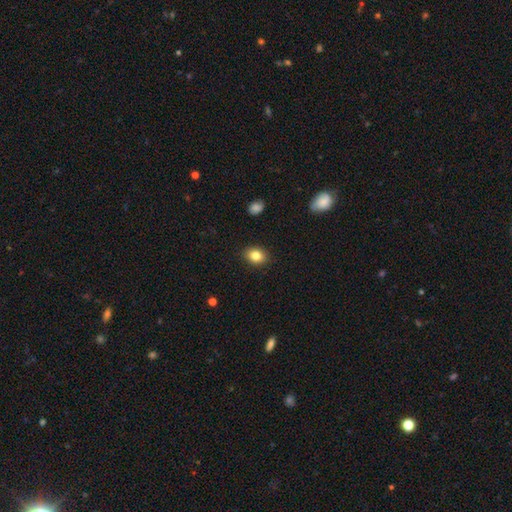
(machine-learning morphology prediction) This is clearly a smooth galaxy (84%). How rounded: likely in between (60%). Merging: clearly none (89%).